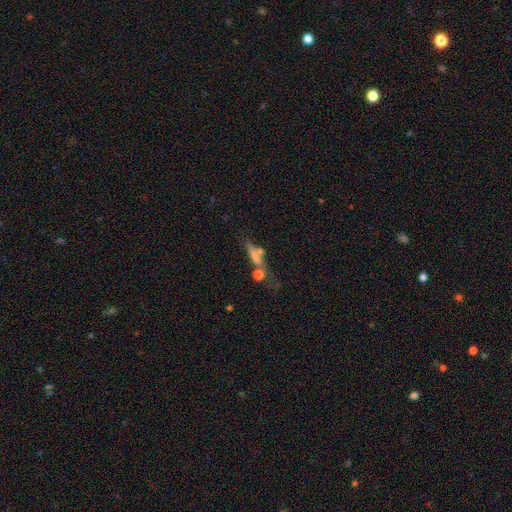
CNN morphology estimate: A smooth galaxy with no disk features (59%) that is cigar-shaped (71%).

Vote fractions:
- Smooth or featured? smooth: 59% / featured or disk: 29% / star or artifact: 12%
- How rounded? cigar-shaped: 71% / in between: 20% / round: 9%
- Merging? none: 45% / merger: 26% / minor disturbance: 16% / major disturbance: 12%